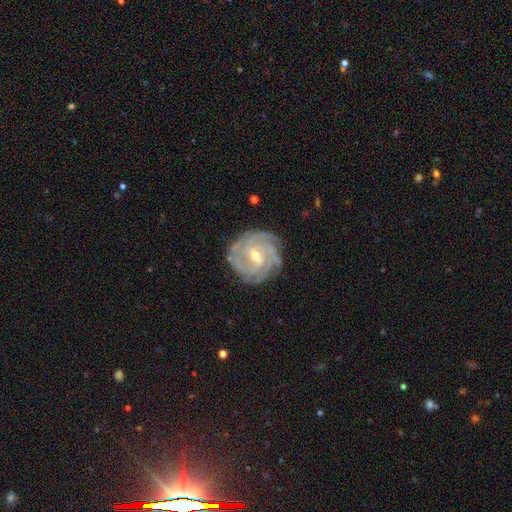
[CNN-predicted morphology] featured or disk 89%, star or artifact 5%, smooth 5%. Down the decision tree: edge-on disk — no (97%); bar — weak (52%); spiral arms — yes (98%); spiral arm count — 4 (34%); spiral winding — tight (76%); bulge size — small (52%); merging — none (82%).